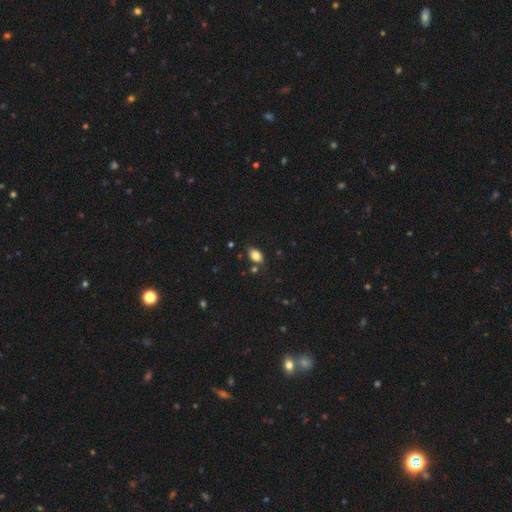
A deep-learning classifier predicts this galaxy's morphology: This appears to be a smooth galaxy with no disk features (82%) that is in between round and cigar-shaped (88%). Merging: none (79%).